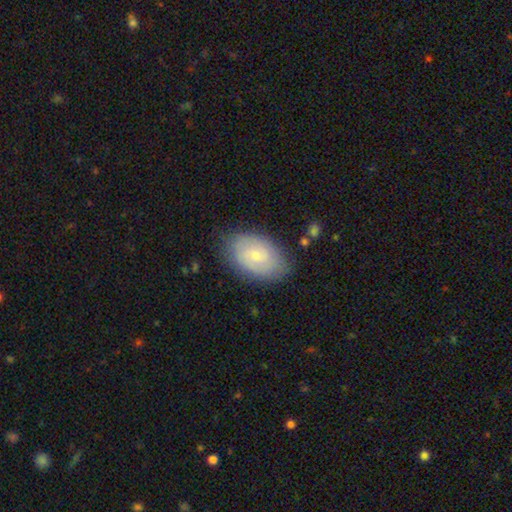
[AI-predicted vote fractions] Morphology: type=smooth (65%); roundness=in between (91%); merging=none (78%).